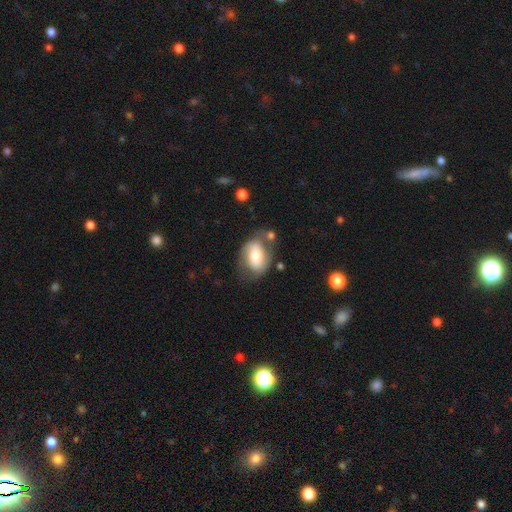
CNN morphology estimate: Smooth or featured?
  - smooth: 55% *
  - featured or disk: 38%
  - star or artifact: 7%
How rounded?
  - in between: 80% *
  - round: 18%
  - cigar-shaped: 2%
Merging?
  - none: 54% *
  - minor disturbance: 24%
  - major disturbance: 12%
  - merger: 10%